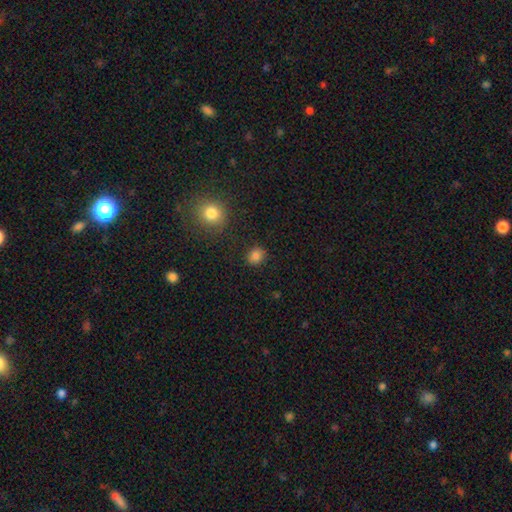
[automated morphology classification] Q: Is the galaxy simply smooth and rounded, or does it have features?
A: smooth — 83%.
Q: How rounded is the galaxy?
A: round — 70%.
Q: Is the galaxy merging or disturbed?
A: none — 83%.